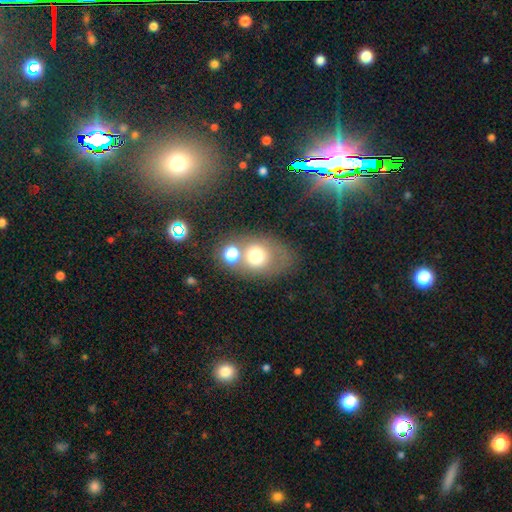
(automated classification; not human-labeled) This appears to be a smooth galaxy with no disk features (61%) that is in between round and cigar-shaped (53%). Merging: none (50%).